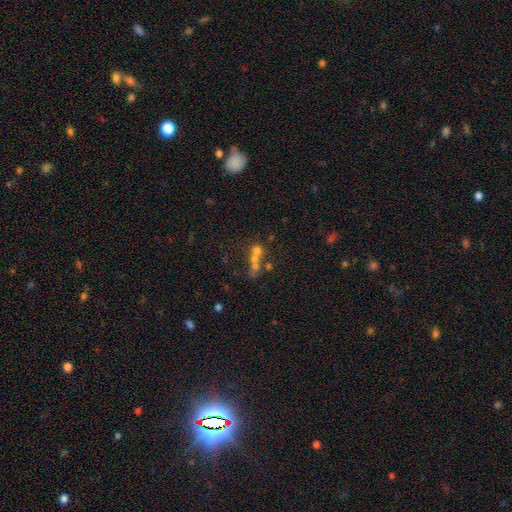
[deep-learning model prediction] smooth 48%, featured or disk 28%, star or artifact 24%. Down the decision tree: merging — merger (53%).